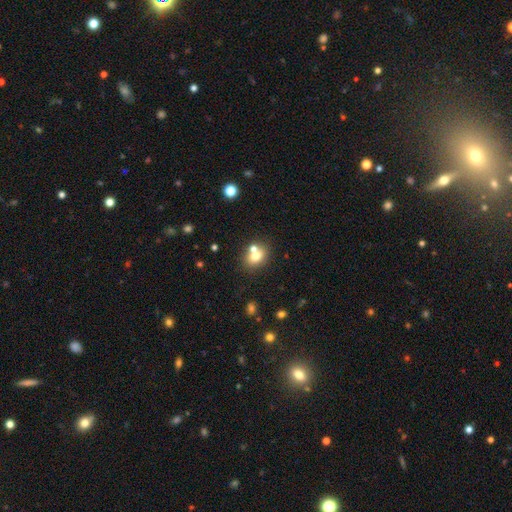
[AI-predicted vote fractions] smooth-or-featured: smooth: 70% | featured or disk: 17% | star or artifact: 13%
  how-rounded: in between: 52% | round: 47% | cigar-shaped: 1%
  merging: none: 53% | merger: 33% | minor disturbance: 10% | major disturbance: 4%